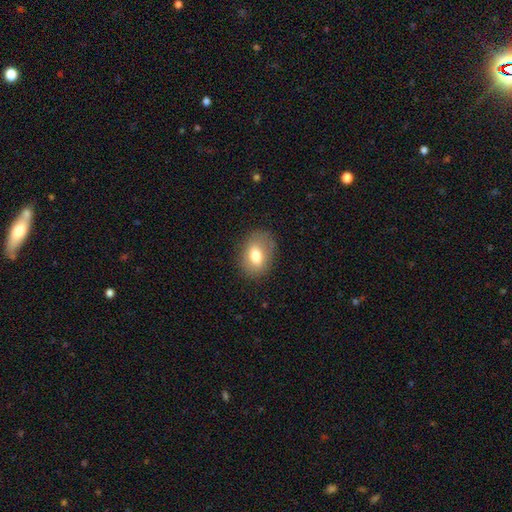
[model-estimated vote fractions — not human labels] A smooth galaxy with no disk features (74%) that is in between round and cigar-shaped (73%). Merging: none (81%).